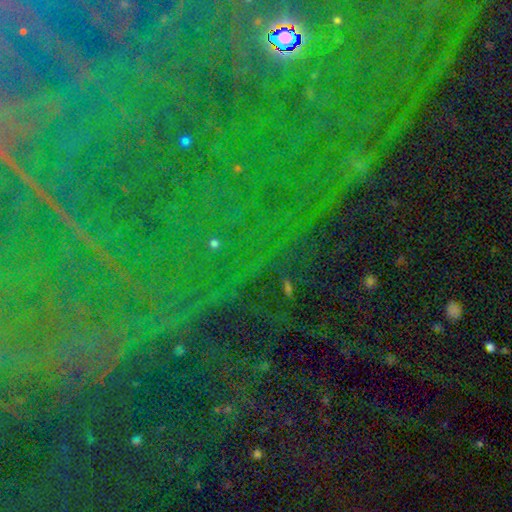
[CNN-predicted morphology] This appears to be a star or artifact, not a galaxy (85%).